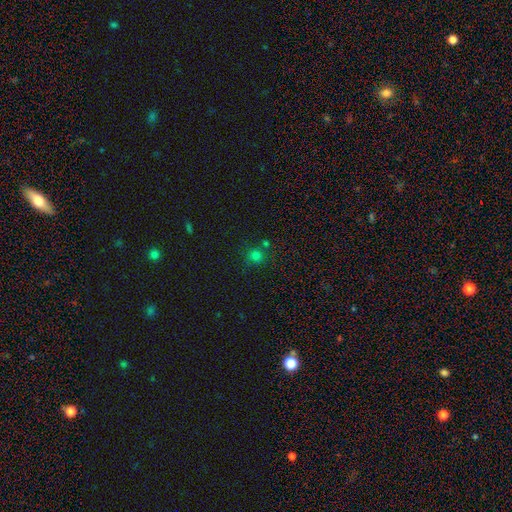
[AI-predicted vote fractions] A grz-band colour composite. It shows a smooth galaxy with no disk features (73%) that is round (91%). Merging: none (72%).